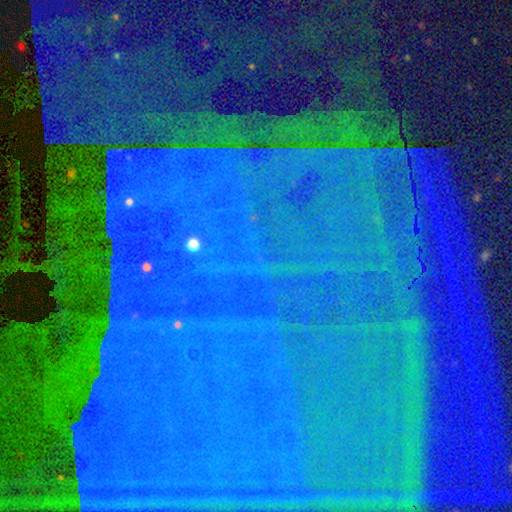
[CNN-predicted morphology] The model was most divided on "smooth or featured": star or artifact: 86%, featured or disk: 8%, smooth: 6%.